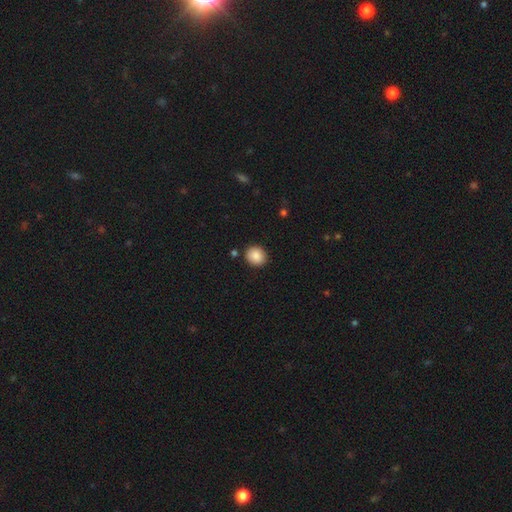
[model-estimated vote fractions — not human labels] Q: Smooth or featured?
A: smooth (88%); runner-up: star or artifact (8%)
Q: How rounded?
A: round (77%); runner-up: in between (22%)
Q: Merging?
A: none (89%); runner-up: minor disturbance (7%)